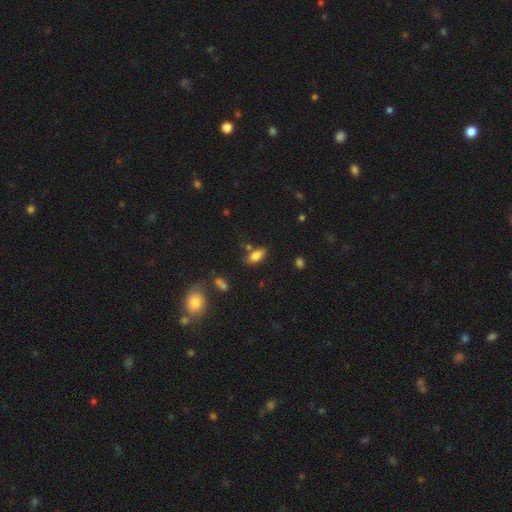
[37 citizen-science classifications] Morphology: type=smooth (84%); roundness=in between (90%); merging=none (71%).